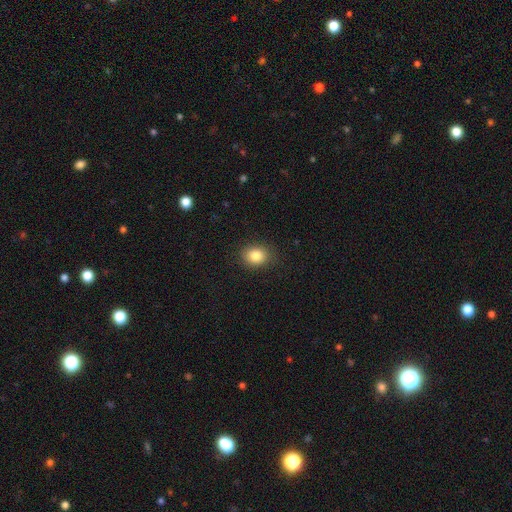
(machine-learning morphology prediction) Smooth or featured? smooth (83%)
How rounded? round (53%)
Merging? none (88%)